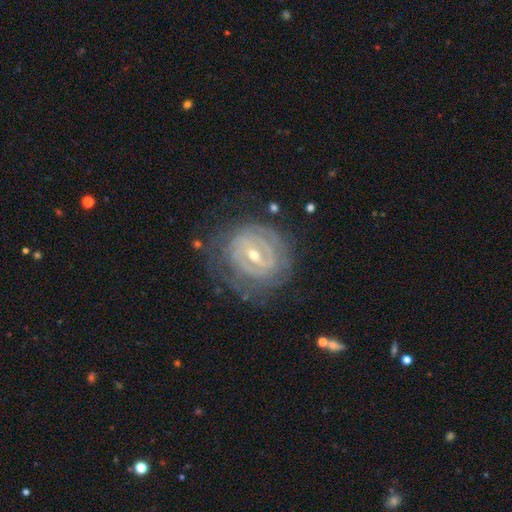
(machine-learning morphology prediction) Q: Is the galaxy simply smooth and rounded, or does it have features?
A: featured or disk — 83%.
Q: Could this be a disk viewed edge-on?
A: no — 95%.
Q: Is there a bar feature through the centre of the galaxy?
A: weak — 43%.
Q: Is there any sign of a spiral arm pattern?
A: yes — 79%.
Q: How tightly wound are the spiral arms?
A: tight — 77%.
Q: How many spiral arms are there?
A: can't tell — 51%.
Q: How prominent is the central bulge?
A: small — 53%.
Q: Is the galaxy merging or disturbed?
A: none — 74%.